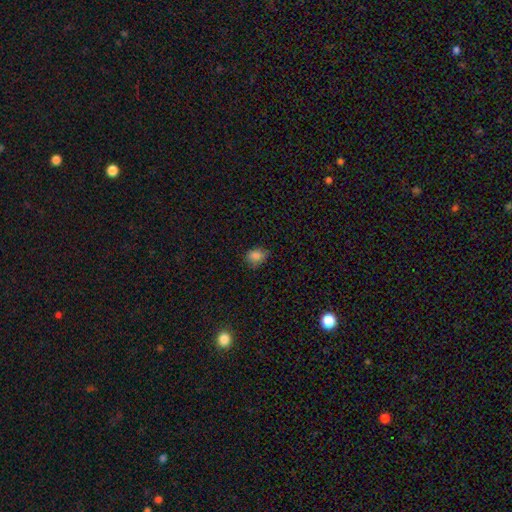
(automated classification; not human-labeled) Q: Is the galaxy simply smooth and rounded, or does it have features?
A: smooth — 83%.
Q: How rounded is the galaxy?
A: in between — 54%.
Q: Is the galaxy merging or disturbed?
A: none — 74%.